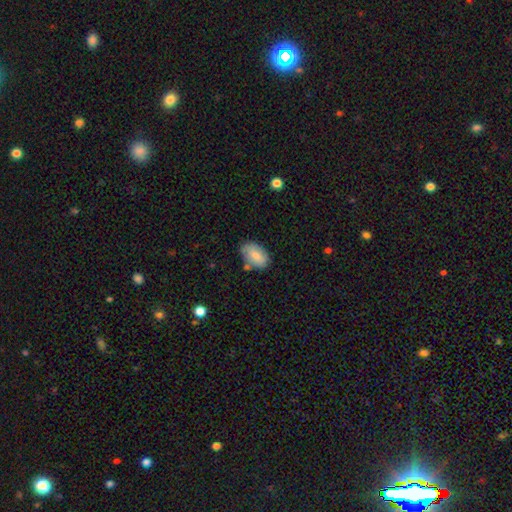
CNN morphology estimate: Smooth or featured?
  - smooth: 78% *
  - featured or disk: 15%
  - star or artifact: 7%
How rounded?
  - in between: 91% *
  - round: 8%
  - cigar-shaped: 1%
Merging?
  - none: 69% *
  - minor disturbance: 21%
  - merger: 6%
  - major disturbance: 4%